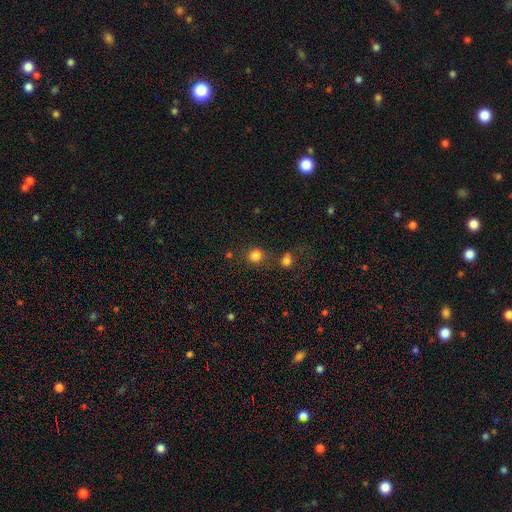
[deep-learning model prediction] Smooth or featured?
  - smooth: 81% *
  - star or artifact: 14%
  - featured or disk: 5%
How rounded?
  - round: 87% *
  - in between: 12%
  - cigar-shaped: 1%
Merging?
  - none: 70% *
  - merger: 16%
  - minor disturbance: 10%
  - major disturbance: 5%